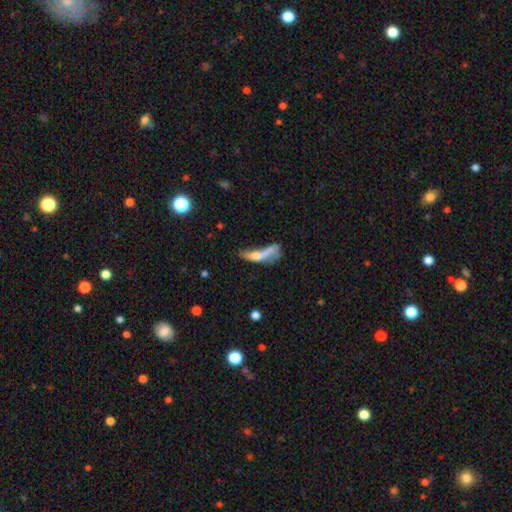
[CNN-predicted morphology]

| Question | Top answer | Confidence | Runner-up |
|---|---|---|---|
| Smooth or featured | smooth | 53% | featured or disk (36%) |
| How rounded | cigar-shaped | 63% | in between (34%) |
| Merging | major disturbance | 34% | merger (26%) |